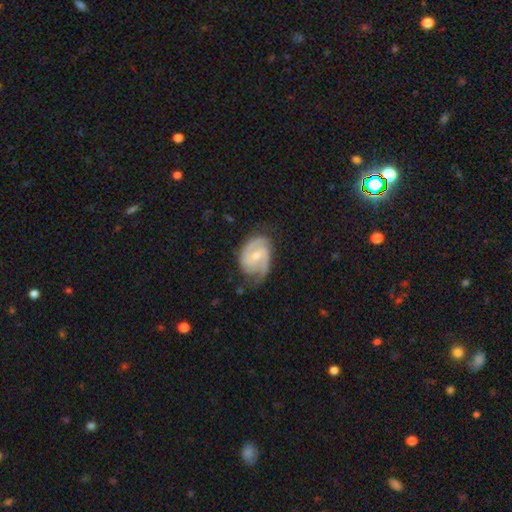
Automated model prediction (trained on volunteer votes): Smooth or featured: featured or disk — 86% (smooth — 9%)
Edge-on disk: no — 98% (yes — 2%)
Bar: weak — 48% (no — 39%)
Spiral arms: yes — 97% (no — 3%)
Spiral winding: medium — 45% (tight — 44%)
Spiral arm count: 2 — 76% (3 — 8%)
Bulge size: moderate — 51% (small — 44%)
Merging: none — 63% (minor disturbance — 25%)